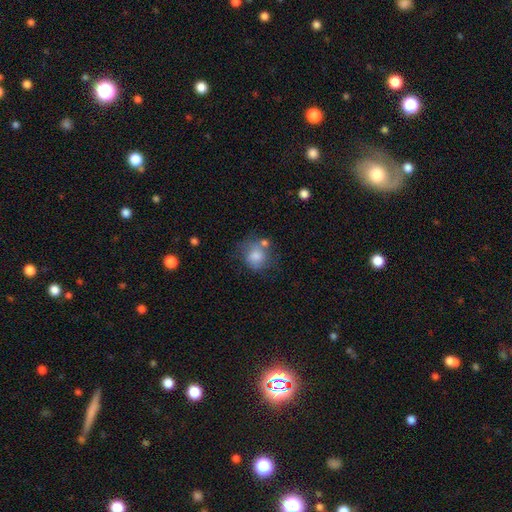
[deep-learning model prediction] Q: Smooth or featured?
A: smooth (69%); runner-up: featured or disk (21%)
Q: How rounded?
A: round (73%); runner-up: in between (26%)
Q: Merging?
A: none (49%); runner-up: minor disturbance (25%)